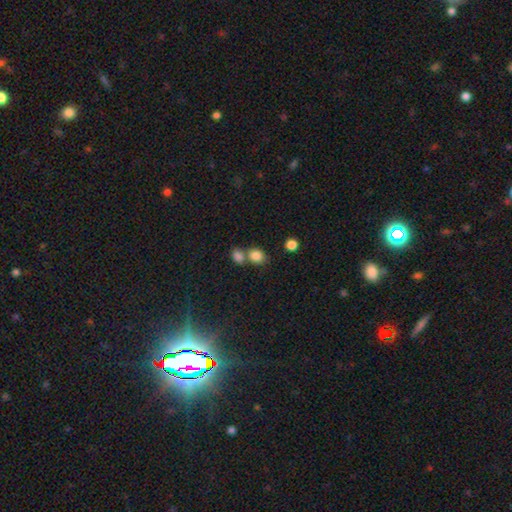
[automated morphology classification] smooth-or-featured: smooth: 83% | star or artifact: 11% | featured or disk: 6%
  how-rounded: round: 59% | in between: 40% | cigar-shaped: 1%
  merging: none: 45% | merger: 43% | minor disturbance: 9% | major disturbance: 4%